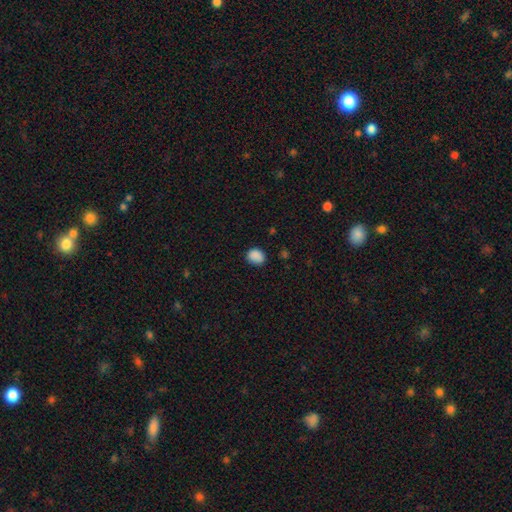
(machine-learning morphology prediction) A smooth galaxy with no disk features (87%) that is round (50%).

Vote fractions:
- Smooth or featured? smooth: 87% / star or artifact: 9% / featured or disk: 4%
- How rounded? round: 50% / in between: 49% / cigar-shaped: 1%
- Merging? none: 77% / minor disturbance: 18% / major disturbance: 3% / merger: 2%